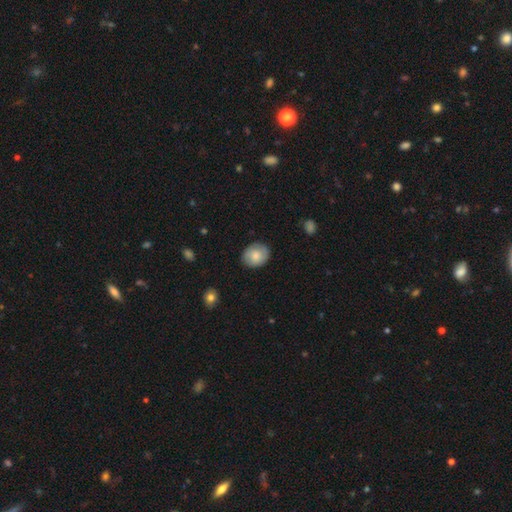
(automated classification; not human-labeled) smooth-or-featured: smooth: 76% | featured or disk: 17% | star or artifact: 7%
  how-rounded: round: 57% | in between: 42% | cigar-shaped: 1%
  merging: none: 84% | minor disturbance: 13% | major disturbance: 3% | merger: 1%